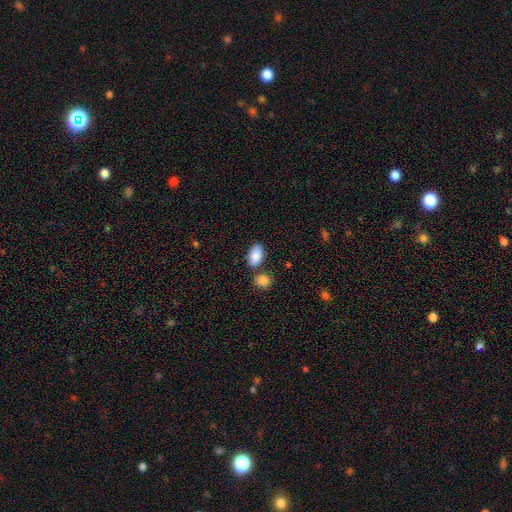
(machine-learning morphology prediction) Smooth or featured?
  - smooth: 88% *
  - star or artifact: 7%
  - featured or disk: 5%
How rounded?
  - in between: 92% *
  - round: 6%
  - cigar-shaped: 2%
Merging?
  - none: 70% *
  - merger: 13%
  - minor disturbance: 13%
  - major disturbance: 3%